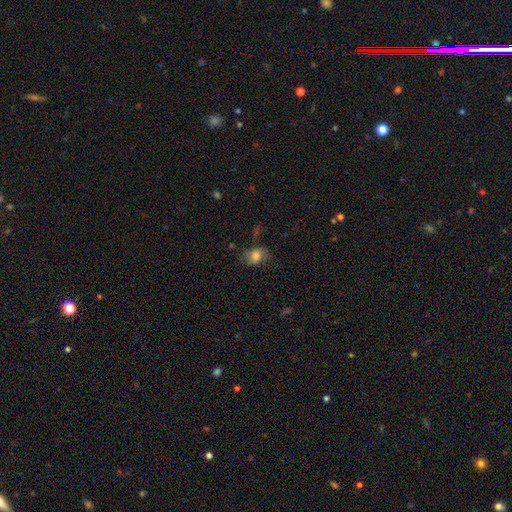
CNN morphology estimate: Overall: smooth (79%). How rounded: in between (57%; round 42%). Merging: none (64%).